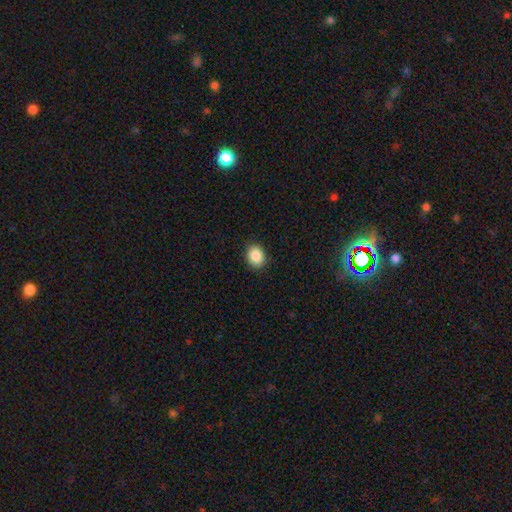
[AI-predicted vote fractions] This is clearly a smooth galaxy (88%). How rounded: possibly in between (54%). Merging: clearly none (89%).